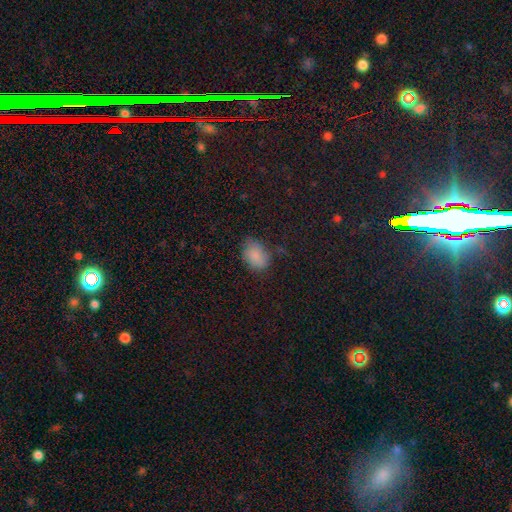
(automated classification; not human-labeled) smooth-or-featured: smooth: 84% | star or artifact: 10% | featured or disk: 6%
  how-rounded: in between: 73% | round: 26% | cigar-shaped: 1%
  merging: none: 65% | minor disturbance: 26% | major disturbance: 7% | merger: 3%